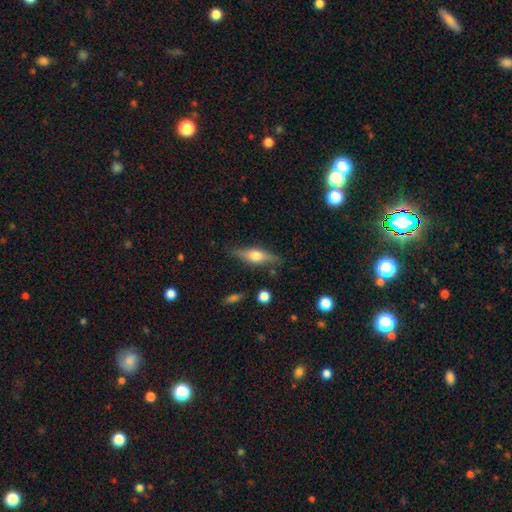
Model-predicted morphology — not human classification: This appears to be a featured or disk galaxy (55%) viewed edge-on (92%) with a rounded central bulge (92%). Merging: none (81%).